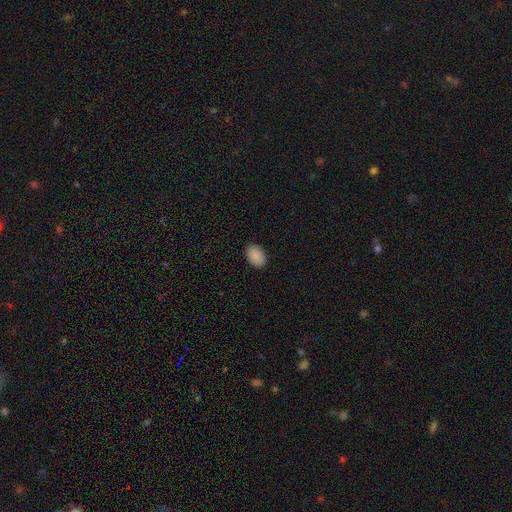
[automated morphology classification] A smooth galaxy with no disk features (90%) that is in between round and cigar-shaped (84%). Merging: none (90%).